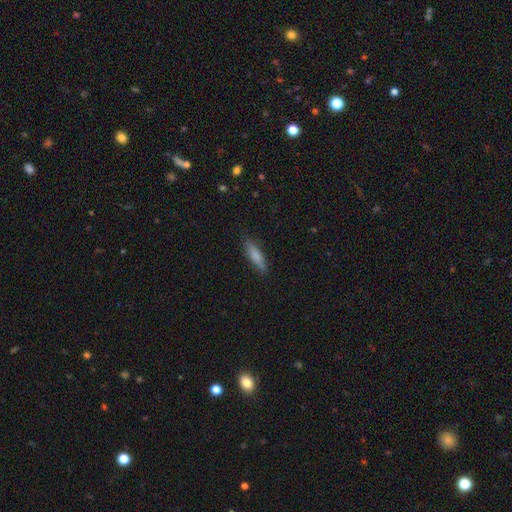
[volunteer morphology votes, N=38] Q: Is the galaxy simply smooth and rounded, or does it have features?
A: smooth — 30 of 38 (79%).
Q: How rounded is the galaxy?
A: cigar-shaped — 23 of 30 (77%).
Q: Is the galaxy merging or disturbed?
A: none — 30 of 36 (83%).